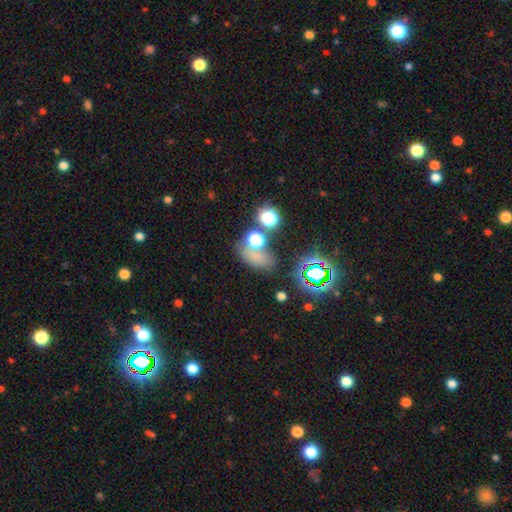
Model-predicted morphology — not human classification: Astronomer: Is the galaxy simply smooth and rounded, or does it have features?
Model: smooth — 54% (runner-up: star or artifact, 35%).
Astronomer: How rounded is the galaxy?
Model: in between — 69%.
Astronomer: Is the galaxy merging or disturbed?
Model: none — 51%.